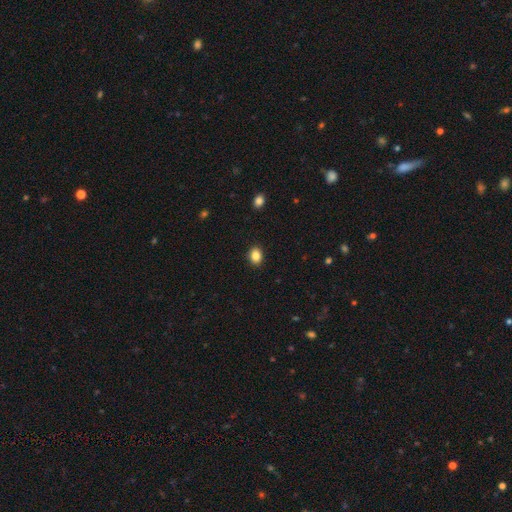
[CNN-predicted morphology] Smooth or featured?
  - smooth: 86% *
  - star or artifact: 9%
  - featured or disk: 4%
How rounded?
  - in between: 61% *
  - round: 38%
  - cigar-shaped: 1%
Merging?
  - none: 90% *
  - minor disturbance: 7%
  - major disturbance: 2%
  - merger: 1%